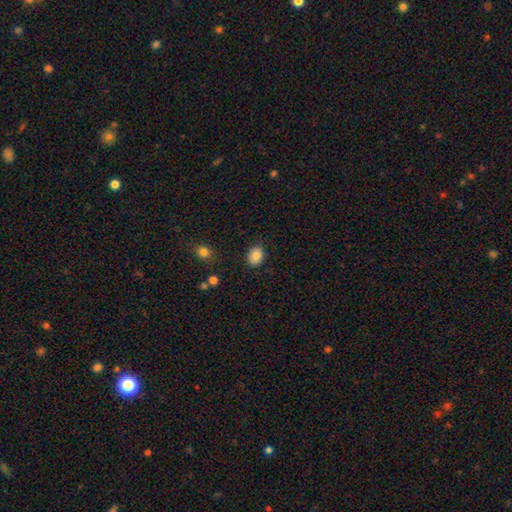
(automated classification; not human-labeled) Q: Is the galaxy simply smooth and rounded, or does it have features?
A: smooth — 87%.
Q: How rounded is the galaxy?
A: in between — 68%.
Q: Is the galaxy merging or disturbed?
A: none — 85%.